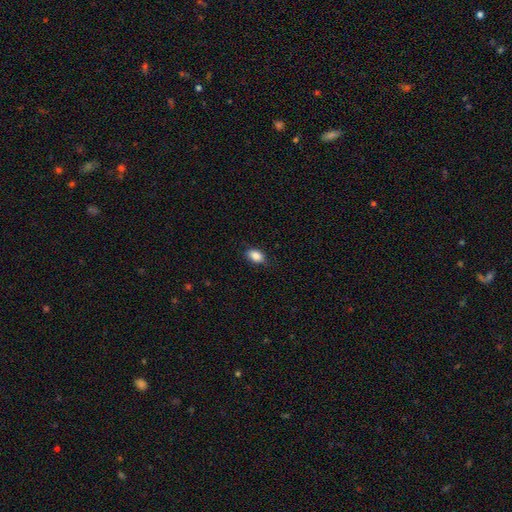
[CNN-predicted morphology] A smooth galaxy with no disk features (88%) that is in between round and cigar-shaped (87%).

Vote fractions:
- Smooth or featured? smooth: 88% / star or artifact: 8% / featured or disk: 4%
- How rounded? in between: 87% / round: 12% / cigar-shaped: 2%
- Merging? none: 81% / minor disturbance: 15% / major disturbance: 3% / merger: 1%